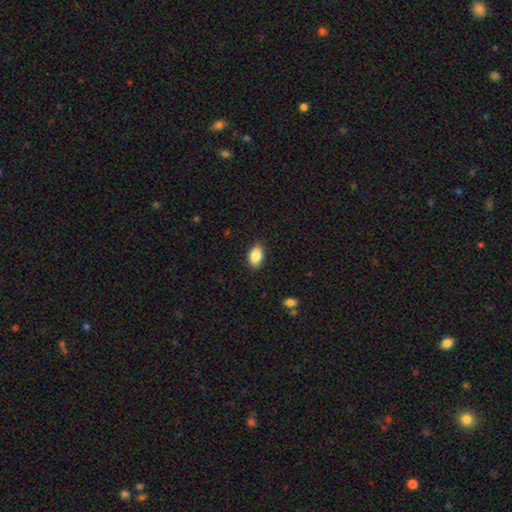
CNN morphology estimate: Smooth or featured? smooth (87%)
How rounded? in between (91%)
Merging? none (88%)